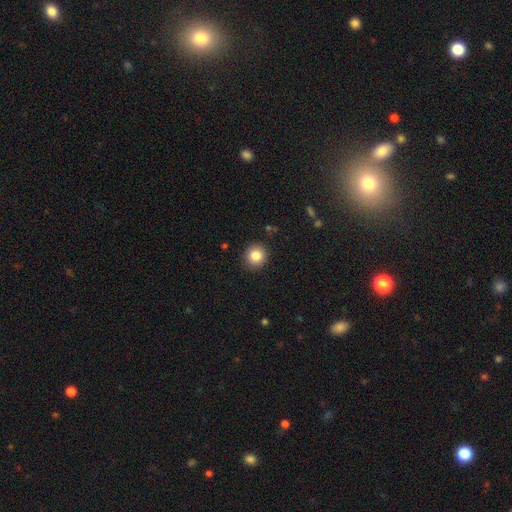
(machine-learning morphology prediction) A smooth galaxy with no disk features (85%) that is round (90%). Merging: none (91%).